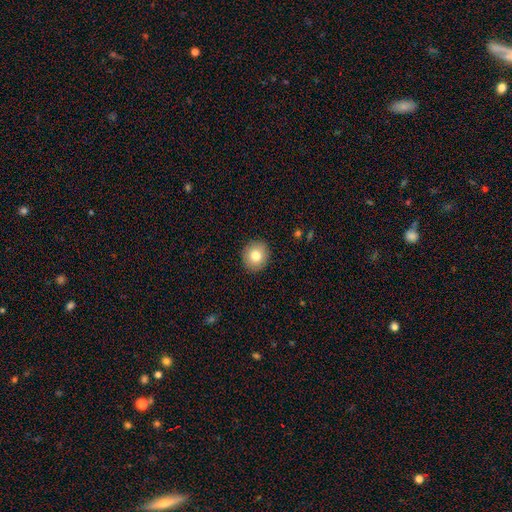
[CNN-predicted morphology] The model was most divided on "how rounded": round: 81%, in between: 18%, cigar-shaped: 1%. More confident: merging — none (91%); smooth or featured — smooth (79%).